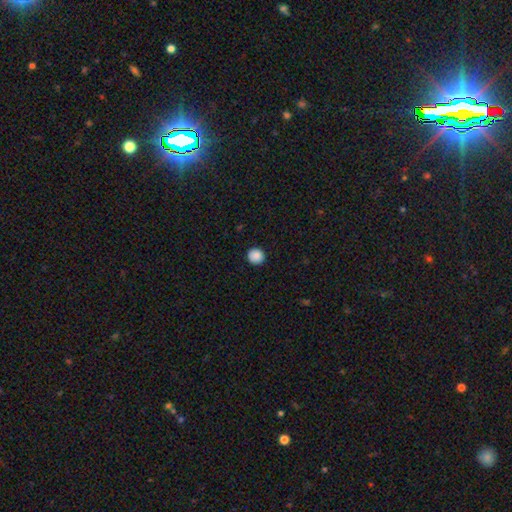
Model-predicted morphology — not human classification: smooth_or_featured: smooth (p=0.88) [alt: star or artifact p=0.09]
how_rounded: round (p=0.93) [alt: in between p=0.06]
merging: none (p=0.92) [alt: minor disturbance p=0.06]